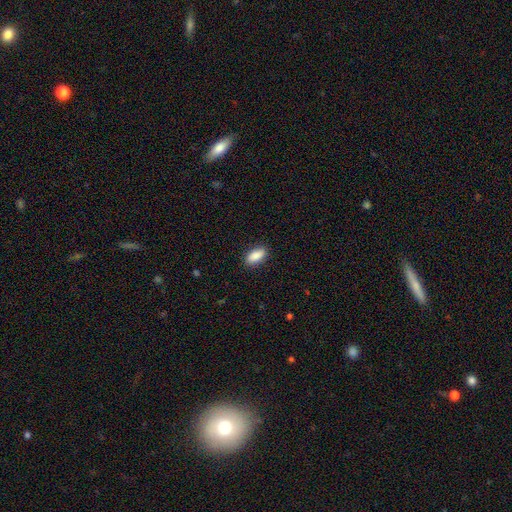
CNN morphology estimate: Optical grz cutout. It shows a smooth galaxy with no disk features (88%) that is in between round and cigar-shaped (88%). Merging: none (88%).